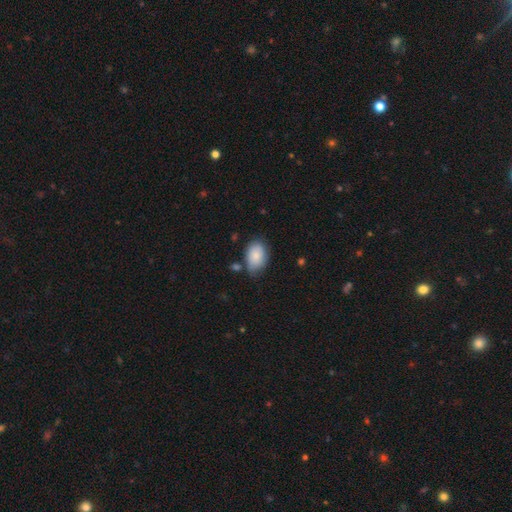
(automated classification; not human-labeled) smooth_or_featured: smooth (p=0.83) [alt: featured or disk p=0.10]
how_rounded: in between (p=0.87) [alt: round p=0.11]
merging: none (p=0.64) [alt: minor disturbance p=0.26]